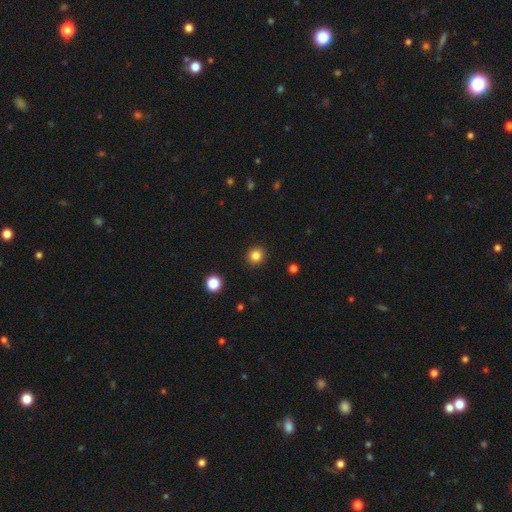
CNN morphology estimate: This is clearly a smooth galaxy (83%). How rounded: clearly round (90%). Merging: clearly none (92%).